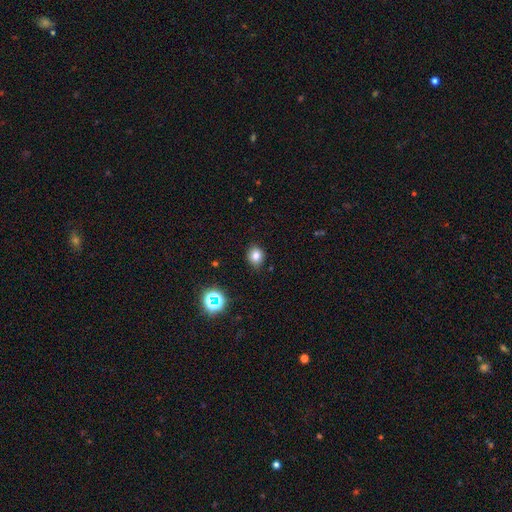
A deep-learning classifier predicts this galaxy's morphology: Q: Smooth or featured?
A: smooth (78%); runner-up: star or artifact (15%)
Q: How rounded?
A: round (65%); runner-up: in between (34%)
Q: Merging?
A: none (87%); runner-up: minor disturbance (10%)